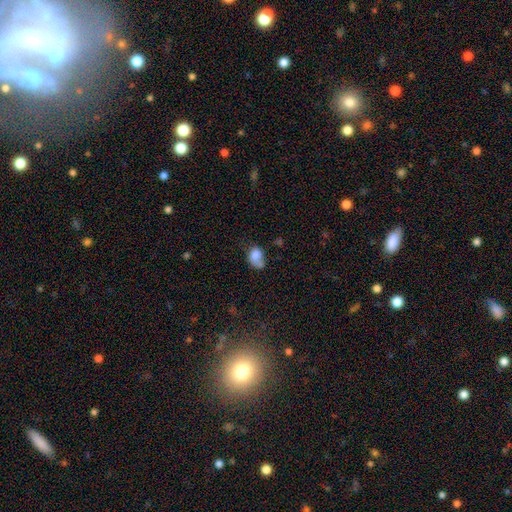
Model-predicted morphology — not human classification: smooth 75%, featured or disk 15%, star or artifact 10%. Down the decision tree: how rounded — in between (62%); merging — none (30%).